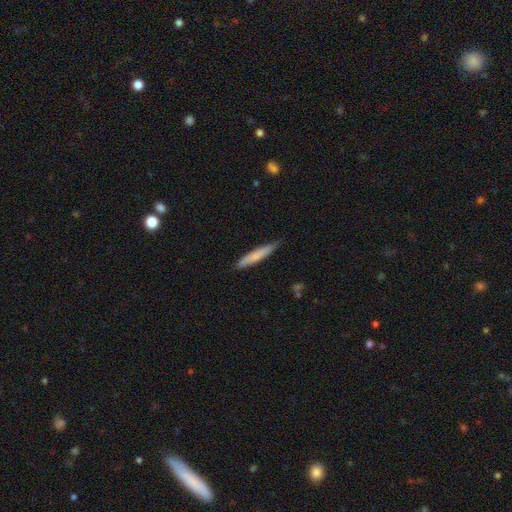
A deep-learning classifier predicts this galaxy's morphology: Q: Smooth or featured?
A: smooth (73%); runner-up: featured or disk (22%)
Q: How rounded?
A: cigar-shaped (93%); runner-up: in between (6%)
Q: Merging?
A: none (82%); runner-up: minor disturbance (15%)